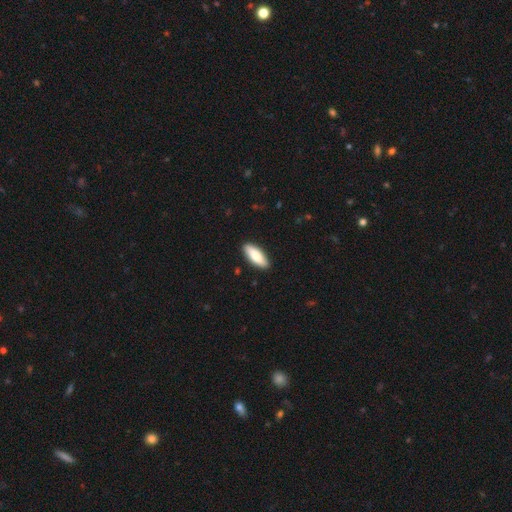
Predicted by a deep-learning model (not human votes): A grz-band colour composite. It shows a smooth galaxy with no disk features (80%) that is in between round and cigar-shaped (68%). Merging: none (89%).